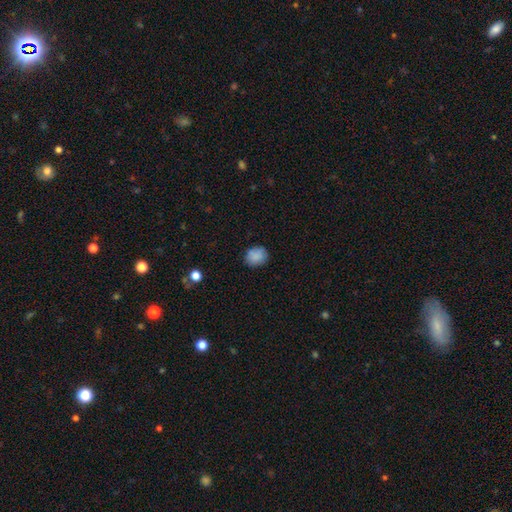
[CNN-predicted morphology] A smooth galaxy with no disk features (86%) that is round (63%). Merging: none (82%).